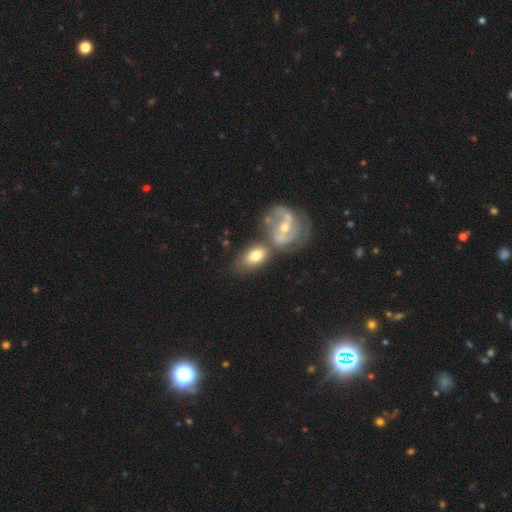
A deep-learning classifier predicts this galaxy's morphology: type=smooth (57%); roundness=in between (87%); merging=none (43%).